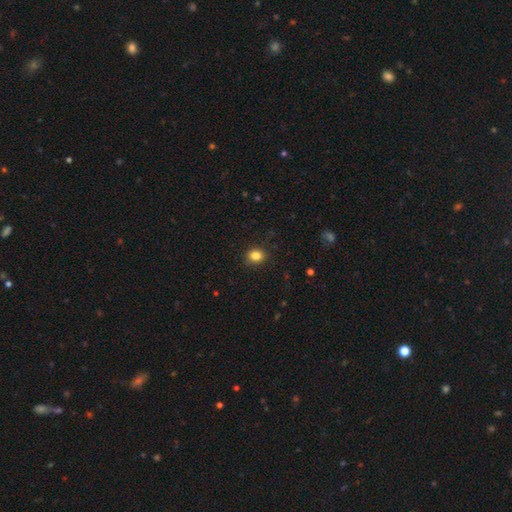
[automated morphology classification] Q: Smooth or featured?
A: smooth (84%); runner-up: star or artifact (11%)
Q: How rounded?
A: round (55%); runner-up: in between (44%)
Q: Merging?
A: none (87%); runner-up: minor disturbance (10%)